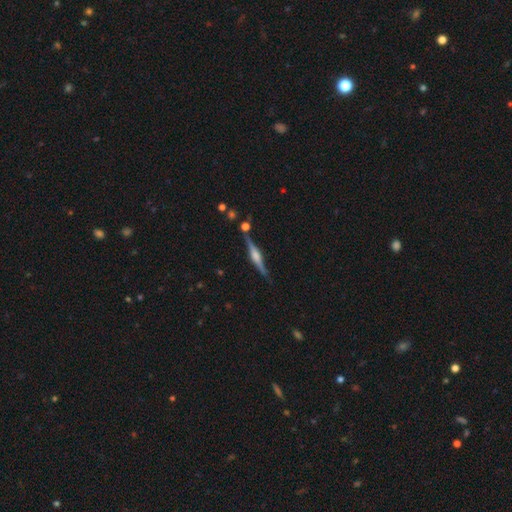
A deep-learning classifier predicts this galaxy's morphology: Overall: featured or disk (81%). Edge-on disk: yes (98%). Edge-on bulge: rounded (82%). Merging: none (83%).